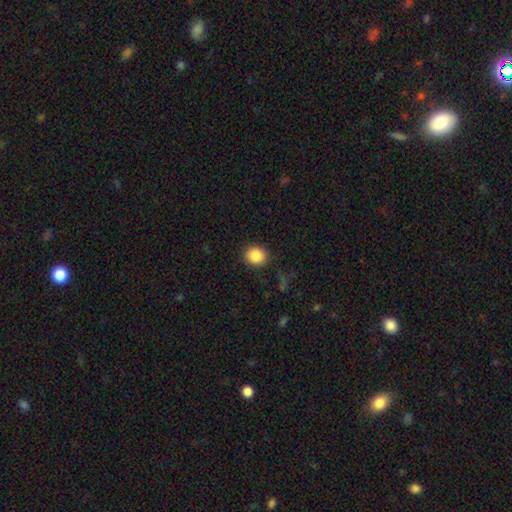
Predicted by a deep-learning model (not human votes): The model was most divided on "how rounded": round: 77%, in between: 22%, cigar-shaped: 1%. More confident: smooth or featured — smooth (88%); merging — none (88%).